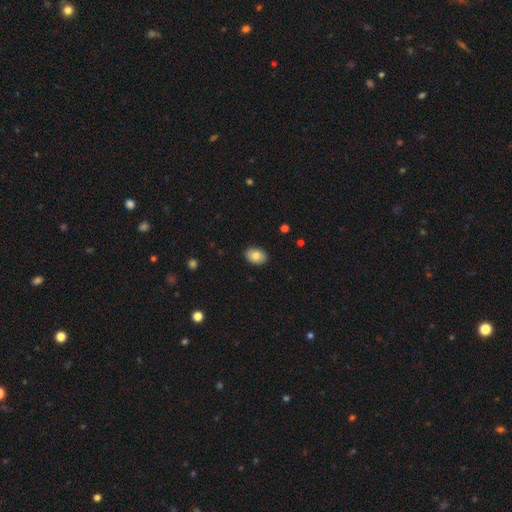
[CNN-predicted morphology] This is likely a smooth galaxy (80%). How rounded: likely in between (76%). Merging: clearly none (89%).